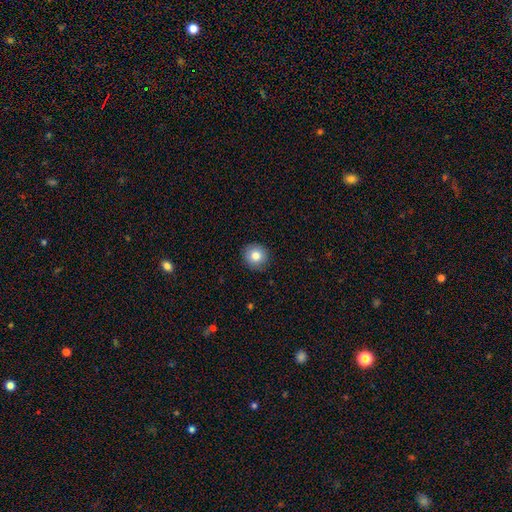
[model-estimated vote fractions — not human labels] A smooth galaxy with no disk features (83%) that is round (91%).

Vote fractions:
- Smooth or featured? smooth: 83% / star or artifact: 9% / featured or disk: 8%
- How rounded? round: 91% / in between: 8% / cigar-shaped: 1%
- Merging? none: 91% / minor disturbance: 6% / major disturbance: 2% / merger: 1%